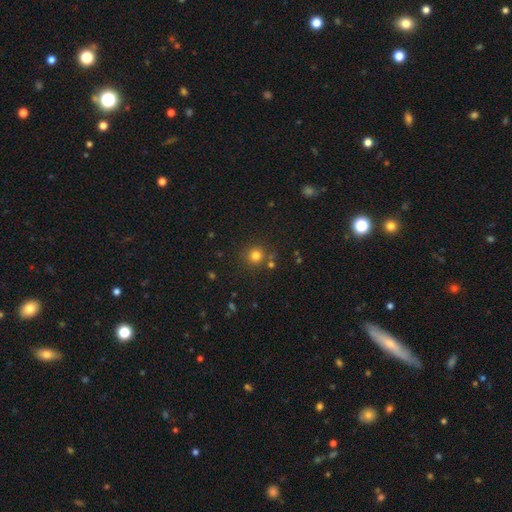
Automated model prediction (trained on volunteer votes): This appears to be a smooth galaxy with no disk features (78%) that is round (93%). Merging: none (81%).